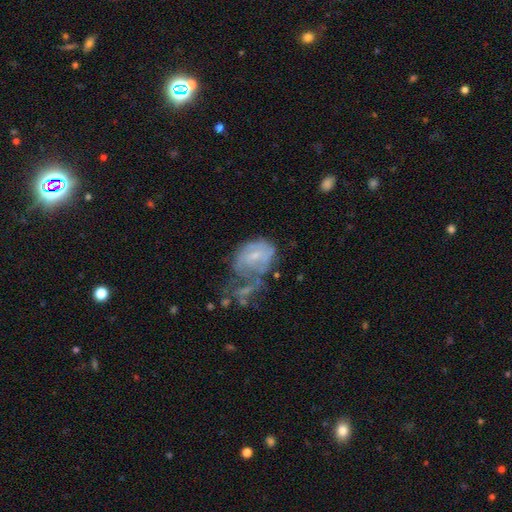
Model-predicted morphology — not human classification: Smooth or featured?
  - featured or disk: 57% *
  - smooth: 34%
  - star or artifact: 9%
Edge-on disk?
  - no: 97% *
  - yes: 3%
Bar?
  - no: 50% *
  - weak: 41%
  - strong: 9%
Spiral arms?
  - no: 53% *
  - yes: 47%
Bulge size?
  - small: 55% *
  - moderate: 26%
  - none: 16%
  - large: 2%
  - dominant: 1%
Merging?
  - major disturbance: 38% *
  - minor disturbance: 21%
  - none: 21%
  - merger: 20%